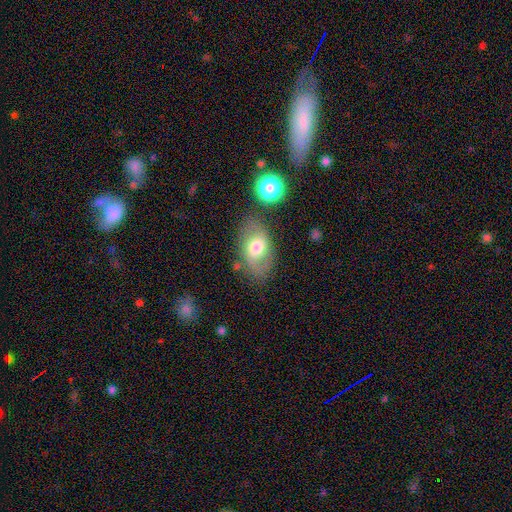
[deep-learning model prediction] Smooth or featured: smooth — 49% (featured or disk — 40%)
Merging: none — 76% (minor disturbance — 15%)